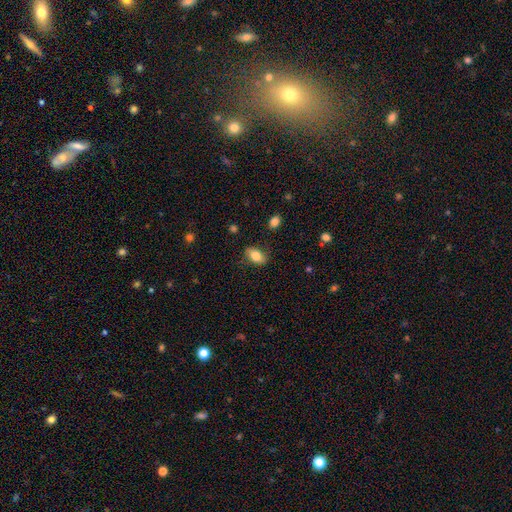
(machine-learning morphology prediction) type=smooth (78%); roundness=in between (88%); merging=none (80%).